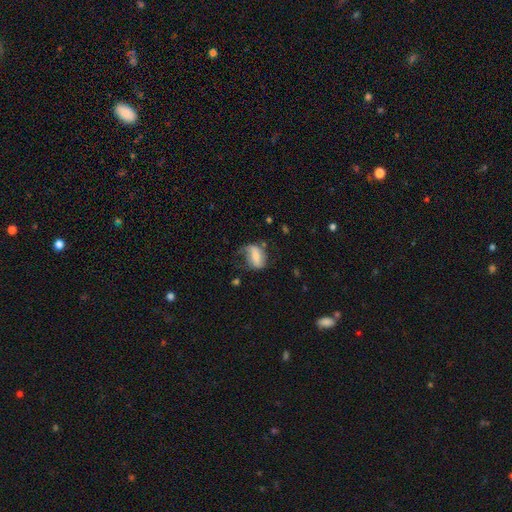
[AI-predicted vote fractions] A smooth galaxy with no disk features (54%) that is in between round and cigar-shaped (81%). Merging: none (39%).